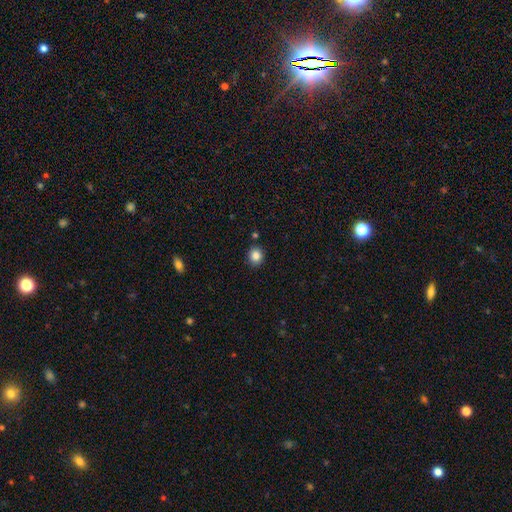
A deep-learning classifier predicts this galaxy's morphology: smooth-or-featured: smooth: 85% | star or artifact: 10% | featured or disk: 5%
  how-rounded: round: 78% | in between: 21% | cigar-shaped: 1%
  merging: none: 88% | minor disturbance: 7% | merger: 3% | major disturbance: 2%